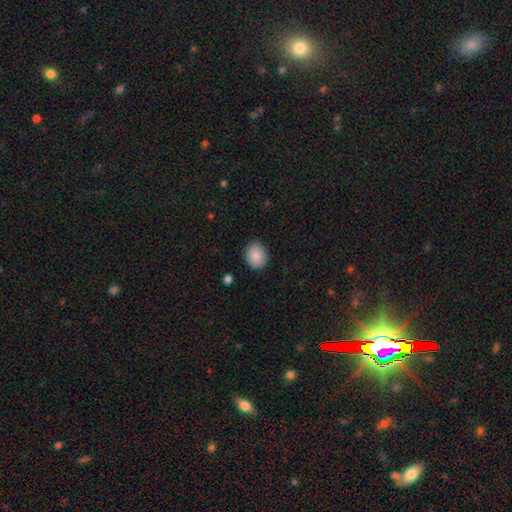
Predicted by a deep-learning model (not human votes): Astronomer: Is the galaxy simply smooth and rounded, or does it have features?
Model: smooth — 88%.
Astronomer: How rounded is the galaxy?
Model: in between — 52% (runner-up: round, 47%).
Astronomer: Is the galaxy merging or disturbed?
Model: none — 87%.